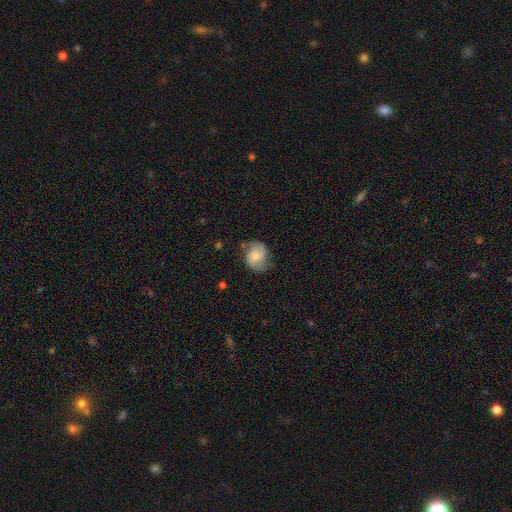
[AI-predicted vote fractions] Smooth or featured? featured or disk (49%)
Merging? none (66%)